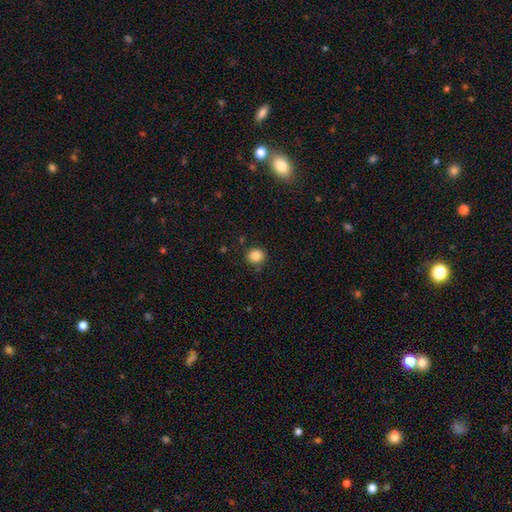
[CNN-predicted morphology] Q: Smooth or featured?
A: smooth (85%); runner-up: star or artifact (11%)
Q: How rounded?
A: round (83%); runner-up: in between (17%)
Q: Merging?
A: none (84%); runner-up: minor disturbance (10%)